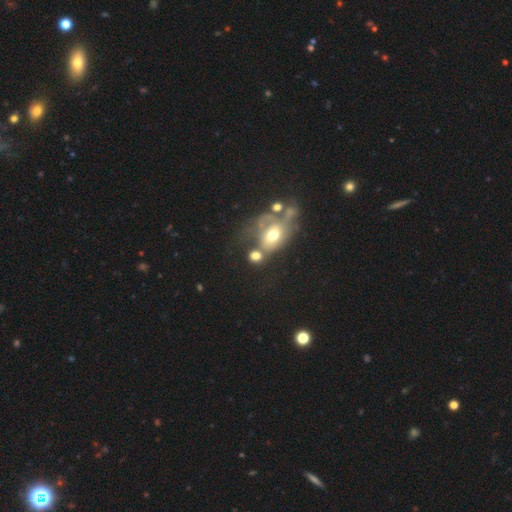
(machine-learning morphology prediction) Q: Smooth or featured?
A: smooth (58%); runner-up: featured or disk (28%)
Q: How rounded?
A: round (51%); runner-up: in between (47%)
Q: Merging?
A: merger (41%); runner-up: none (27%)